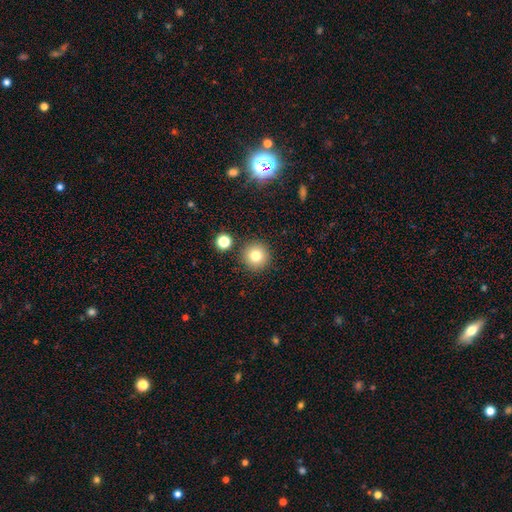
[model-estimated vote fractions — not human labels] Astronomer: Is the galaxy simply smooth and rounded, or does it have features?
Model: smooth — 79%.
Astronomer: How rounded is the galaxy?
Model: round — 96%.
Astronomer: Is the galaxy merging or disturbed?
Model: none — 88%.